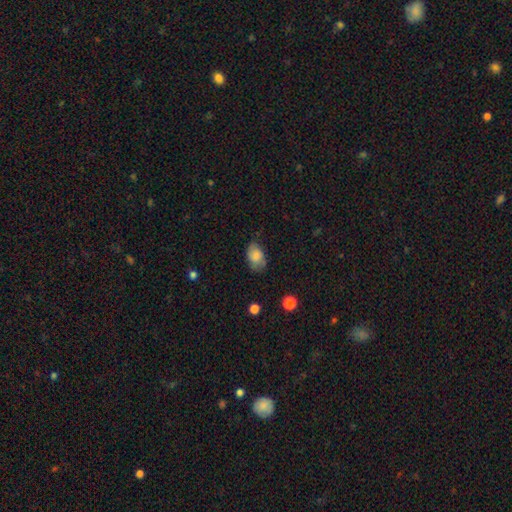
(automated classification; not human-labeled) smooth-or-featured: smooth: 78% | featured or disk: 14% | star or artifact: 8%
  how-rounded: in between: 88% | round: 11% | cigar-shaped: 1%
  merging: none: 68% | minor disturbance: 25% | major disturbance: 6% | merger: 1%